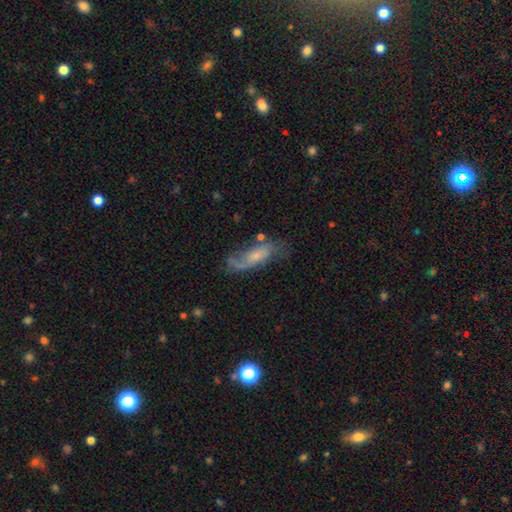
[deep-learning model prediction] Smooth or featured: featured or disk — 59% (smooth — 33%)
Edge-on disk: no — 84% (yes — 16%)
Merging: none — 52% (minor disturbance — 24%)